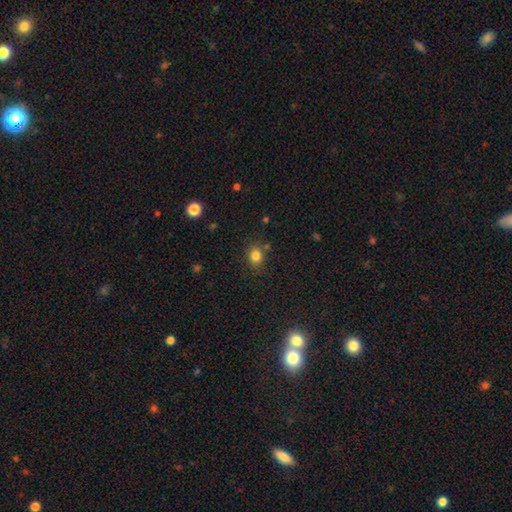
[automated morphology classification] Smooth or featured?
  - smooth: 82% *
  - star or artifact: 12%
  - featured or disk: 6%
How rounded?
  - round: 58% *
  - in between: 41%
  - cigar-shaped: 1%
Merging?
  - none: 78% *
  - minor disturbance: 13%
  - merger: 5%
  - major disturbance: 4%